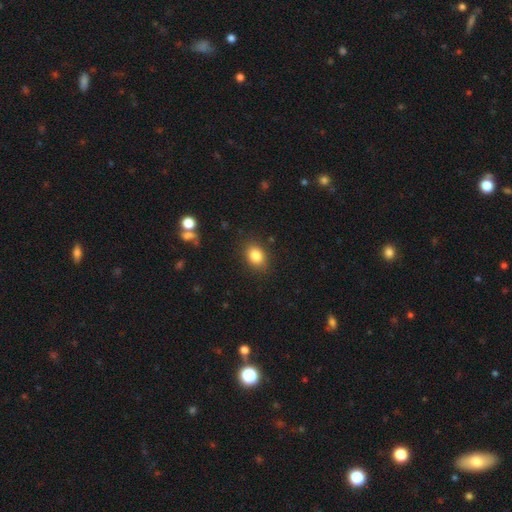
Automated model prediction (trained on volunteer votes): A smooth galaxy with no disk features (84%) that is in between round and cigar-shaped (66%). Merging: none (85%).